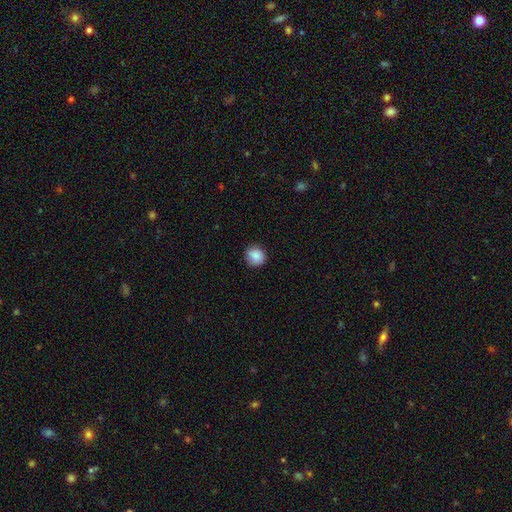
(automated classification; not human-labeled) The model was most divided on "merging": none: 83%, minor disturbance: 13%, major disturbance: 3%, merger: 1%. More confident: smooth or featured — smooth (87%); how rounded — round (86%).